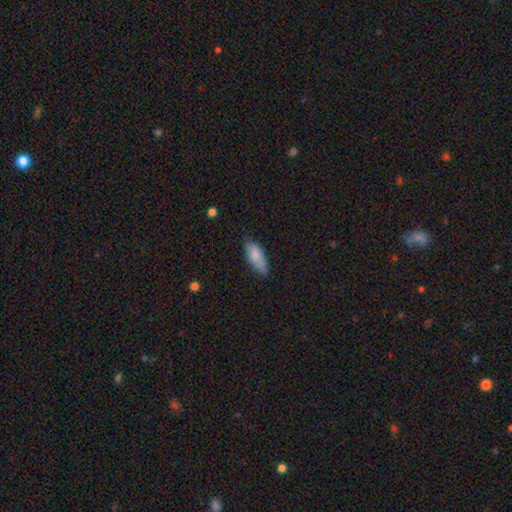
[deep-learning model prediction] smooth-or-featured: smooth: 78% | featured or disk: 15% | star or artifact: 6%
  how-rounded: in between: 80% | cigar-shaped: 18% | round: 2%
  merging: none: 70% | minor disturbance: 25% | major disturbance: 4% | merger: 2%